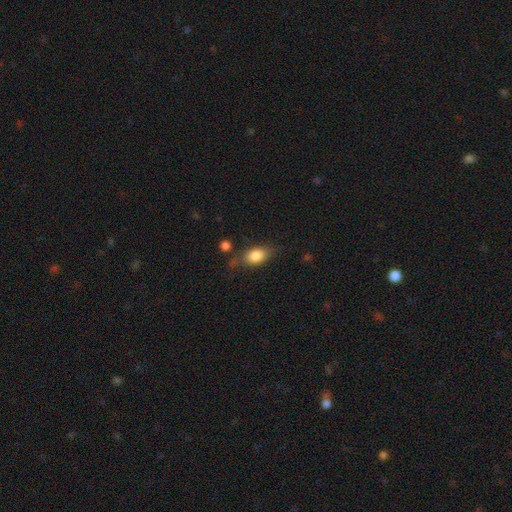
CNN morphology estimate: Q: Smooth or featured?
A: smooth (80%); runner-up: featured or disk (12%)
Q: How rounded?
A: in between (80%); runner-up: round (15%)
Q: Merging?
A: none (61%); runner-up: minor disturbance (24%)